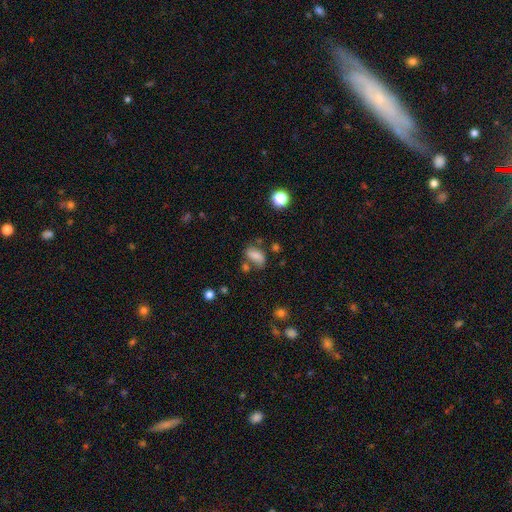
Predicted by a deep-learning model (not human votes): Smooth or featured?
  - smooth: 66% *
  - featured or disk: 21%
  - star or artifact: 12%
How rounded?
  - in between: 85% *
  - round: 10%
  - cigar-shaped: 4%
Merging?
  - none: 50% *
  - minor disturbance: 24%
  - merger: 14%
  - major disturbance: 12%